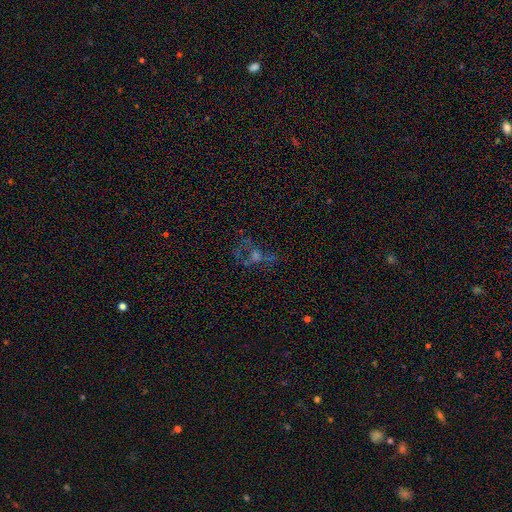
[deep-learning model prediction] Smooth or featured: featured or disk — 39% (star or artifact — 38%)
Merging: none — 47% (major disturbance — 28%)